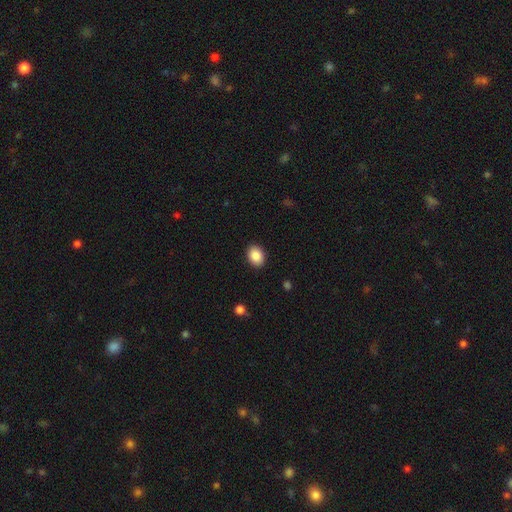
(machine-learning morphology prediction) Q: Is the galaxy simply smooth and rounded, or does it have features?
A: smooth — 87%.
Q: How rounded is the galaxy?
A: in between — 70%.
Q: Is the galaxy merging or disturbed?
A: none — 90%.